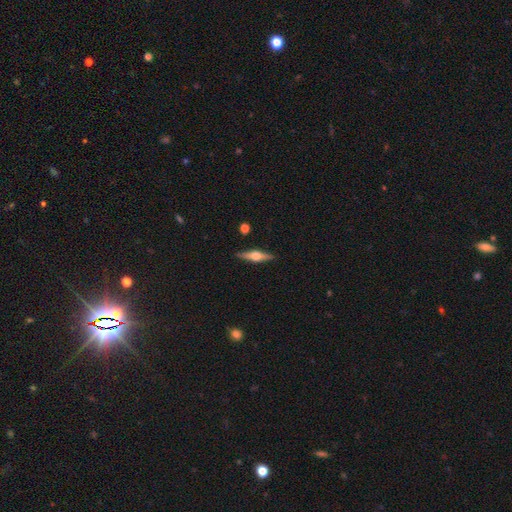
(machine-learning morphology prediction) The model was most divided on "smooth or featured": featured or disk: 70%, smooth: 24%, star or artifact: 6%. More confident: edge-on disk — yes (97%); edge-on bulge — rounded (93%); merging — none (90%).